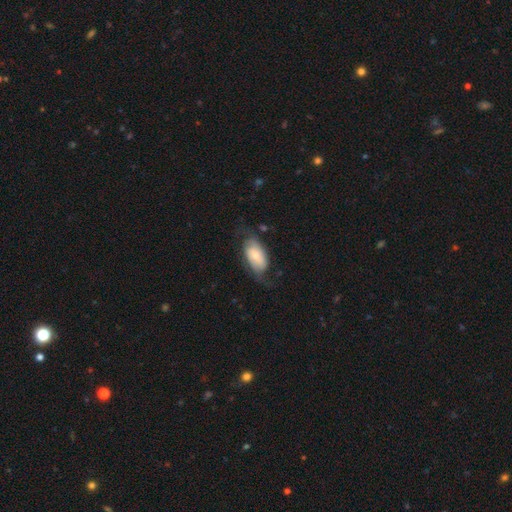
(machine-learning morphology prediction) Overall: featured or disk (47%; smooth 46%). Merging: none (53%; minor disturbance 25%).